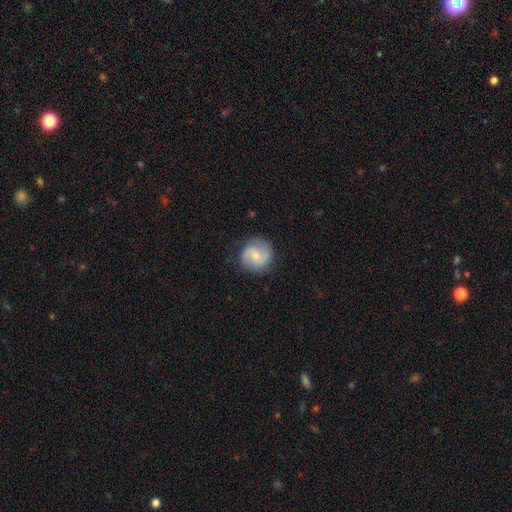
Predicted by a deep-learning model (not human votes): This appears to be a featured or disk galaxy (64%) with no bar (54%), 2 (85%) medium (48%) spiral arms (92%) and a small central bulge (57%). Merging: none (81%).